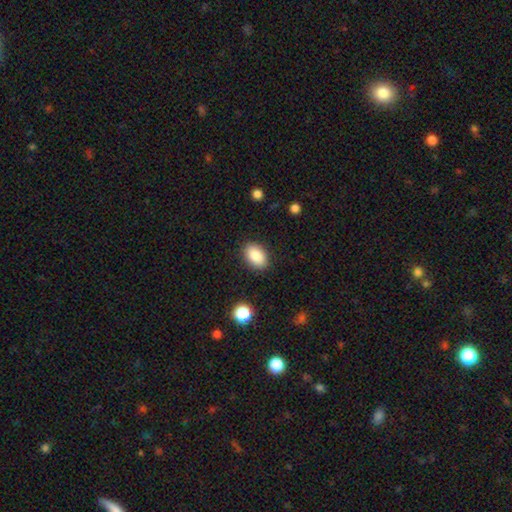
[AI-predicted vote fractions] Morphology: type=smooth (87%); roundness=in between (89%); merging=none (88%).